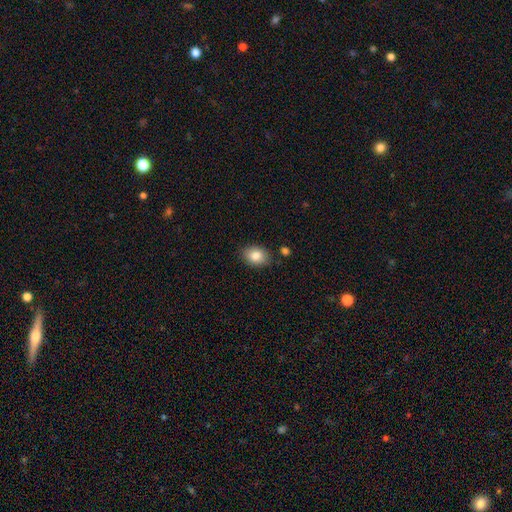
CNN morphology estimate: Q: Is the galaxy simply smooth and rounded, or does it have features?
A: smooth — 84%.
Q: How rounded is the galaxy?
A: in between — 72%.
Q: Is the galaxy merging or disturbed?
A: none — 84%.